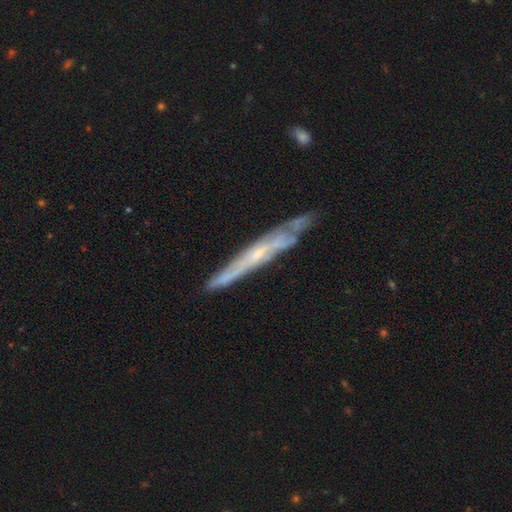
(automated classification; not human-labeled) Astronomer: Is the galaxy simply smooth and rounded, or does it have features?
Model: featured or disk — 70%.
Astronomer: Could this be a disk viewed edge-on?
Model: yes — 78%.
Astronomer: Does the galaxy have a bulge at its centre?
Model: none — 58% (runner-up: rounded, 37%).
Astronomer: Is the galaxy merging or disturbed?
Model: none — 73%.